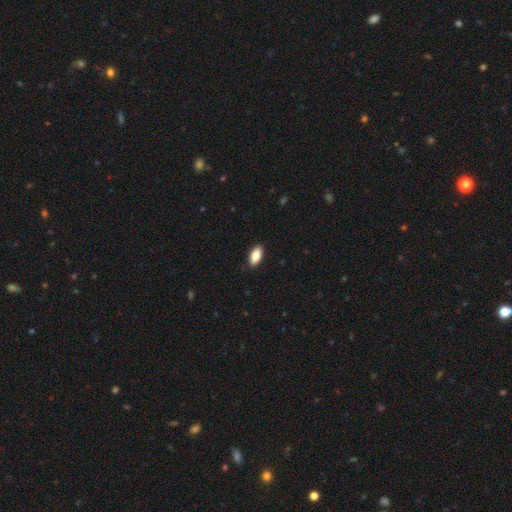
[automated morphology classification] Smooth or featured? smooth (85%)
How rounded? in between (90%)
Merging? none (89%)